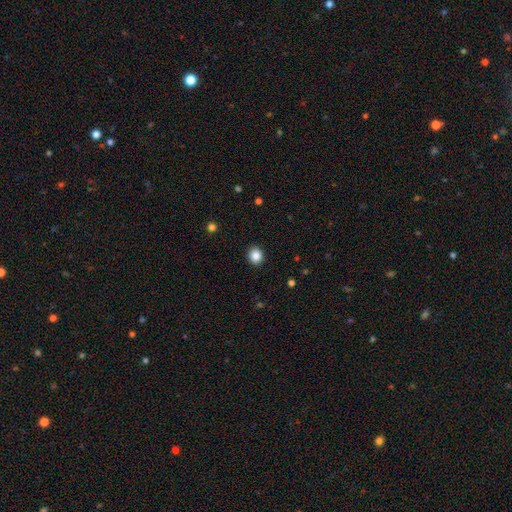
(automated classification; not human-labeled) Overall: smooth (85%). How rounded: round (74%). Merging: none (92%).